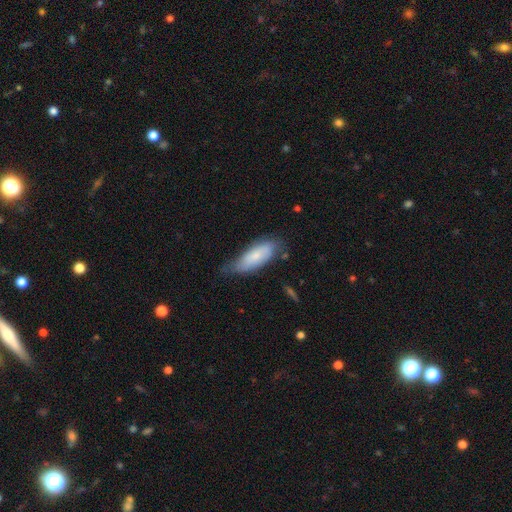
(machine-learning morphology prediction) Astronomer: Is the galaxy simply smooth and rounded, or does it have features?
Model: smooth — 67%.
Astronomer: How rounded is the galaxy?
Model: in between — 67%.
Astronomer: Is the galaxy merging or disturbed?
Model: none — 56% (runner-up: minor disturbance, 34%).